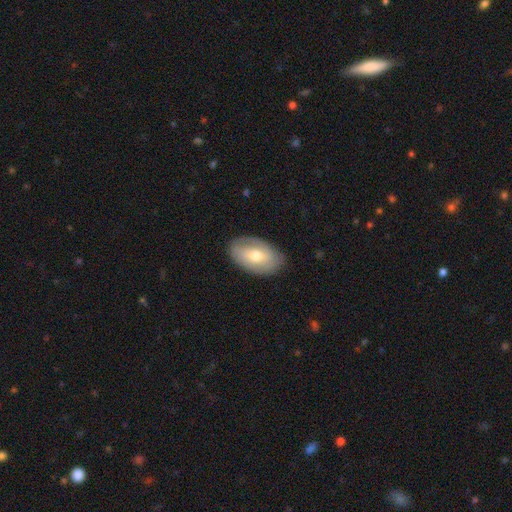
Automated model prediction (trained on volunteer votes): smooth-or-featured: smooth: 58% | featured or disk: 36% | star or artifact: 7%
  how-rounded: in between: 92% | round: 6% | cigar-shaped: 2%
  merging: none: 82% | minor disturbance: 13% | major disturbance: 4% | merger: 1%